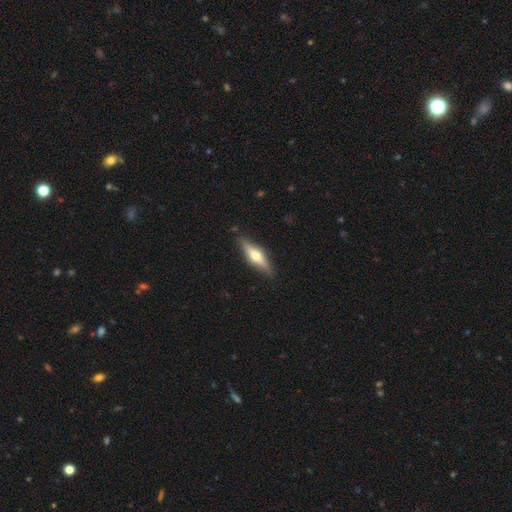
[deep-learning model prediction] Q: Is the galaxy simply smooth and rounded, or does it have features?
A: featured or disk — 56%.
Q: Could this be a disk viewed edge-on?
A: yes — 93%.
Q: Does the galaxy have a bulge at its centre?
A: rounded — 93%.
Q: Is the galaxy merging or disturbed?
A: none — 86%.